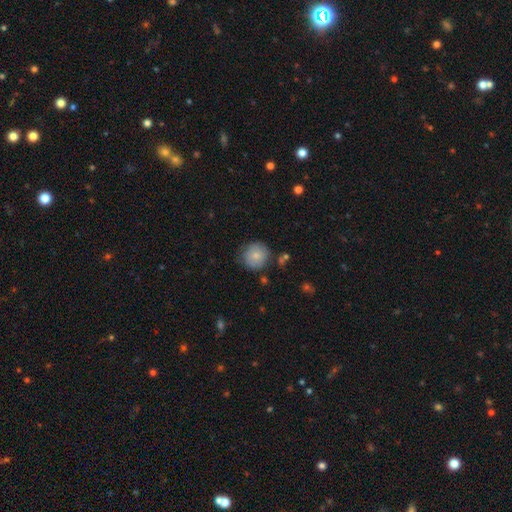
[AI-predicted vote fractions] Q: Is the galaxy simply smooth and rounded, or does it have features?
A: smooth — 78%.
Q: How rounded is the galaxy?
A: round — 90%.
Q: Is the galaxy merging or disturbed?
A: none — 76%.